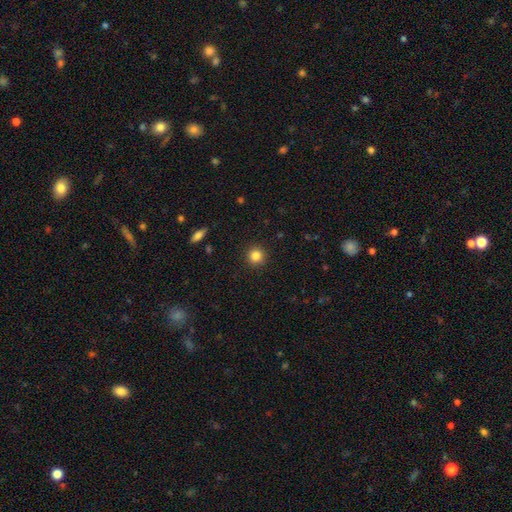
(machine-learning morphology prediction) A smooth galaxy with no disk features (84%) that is round (95%). Merging: none (92%).